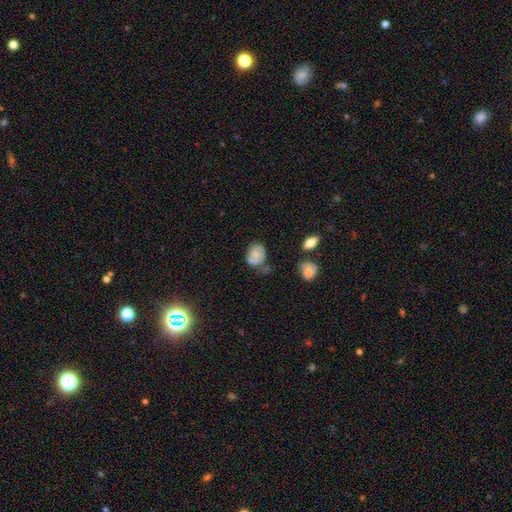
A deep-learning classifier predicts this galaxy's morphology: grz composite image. It shows a smooth galaxy with no disk features (75%) that is in between round and cigar-shaped (68%). Merging: none (52%).